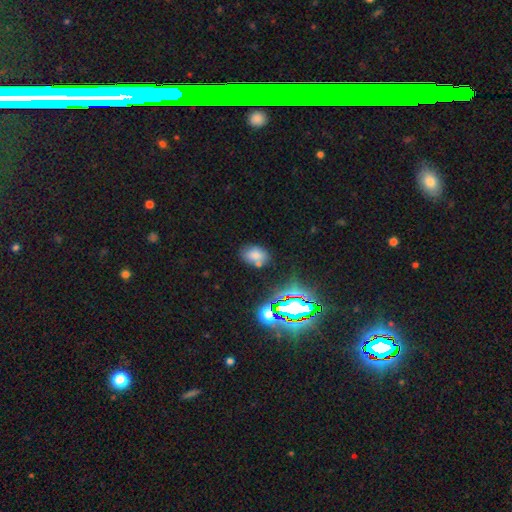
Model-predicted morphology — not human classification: smooth_or_featured: smooth (p=0.69) [alt: star or artifact p=0.20]
how_rounded: in between (p=0.80) [alt: round p=0.19]
merging: none (p=0.69) [alt: minor disturbance p=0.16]